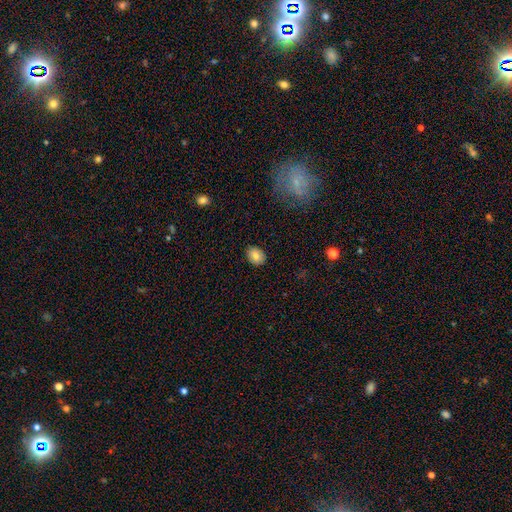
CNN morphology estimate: A smooth galaxy with no disk features (82%) that is in between round and cigar-shaped (62%). Merging: none (87%).